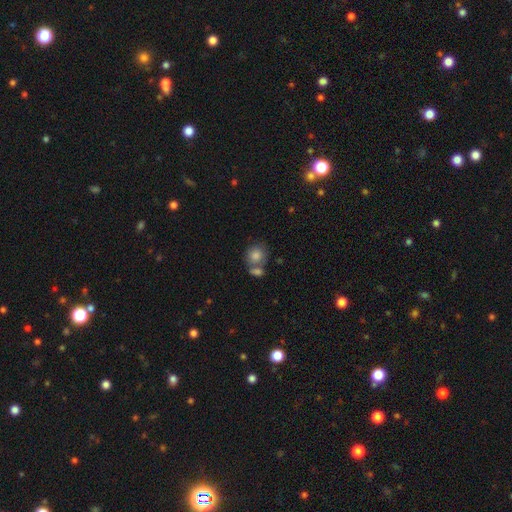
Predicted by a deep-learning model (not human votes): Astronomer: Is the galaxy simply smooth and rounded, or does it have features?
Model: smooth — 82%.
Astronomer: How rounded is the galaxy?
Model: round — 75%.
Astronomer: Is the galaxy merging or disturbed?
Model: none — 48% (runner-up: merger, 36%).